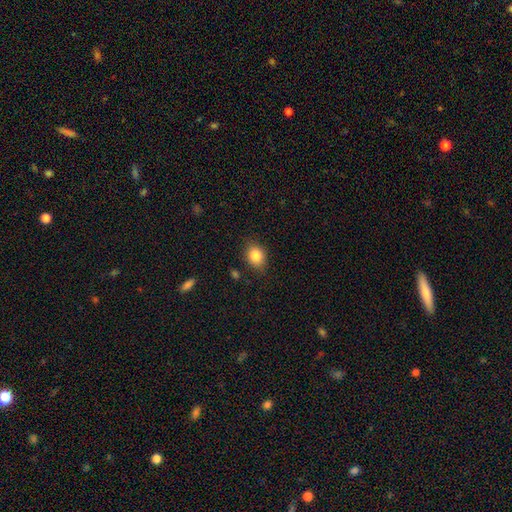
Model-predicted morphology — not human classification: The model was most divided on "how rounded": in between: 52%, round: 46%, cigar-shaped: 1%. More confident: smooth or featured — smooth (84%); merging — none (81%).